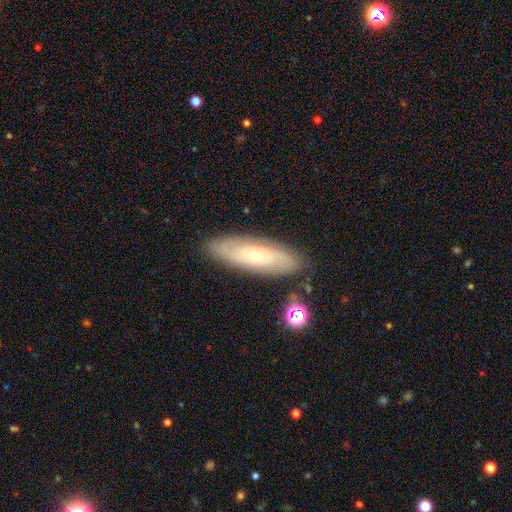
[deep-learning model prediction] This appears to be a featured or disk galaxy (61%). Merging: none (83%).